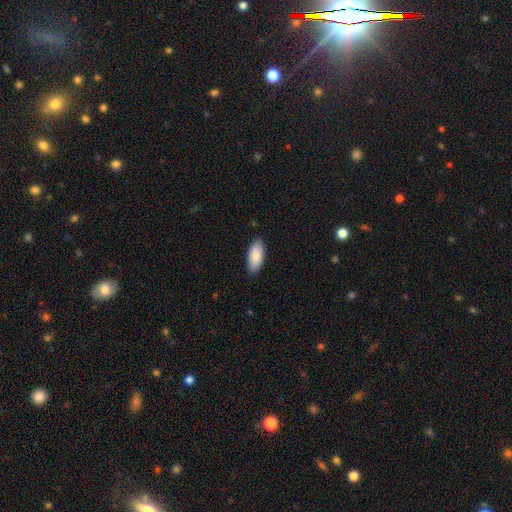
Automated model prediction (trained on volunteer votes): A smooth galaxy with no disk features (85%) that is in between round and cigar-shaped (89%). Merging: none (86%).